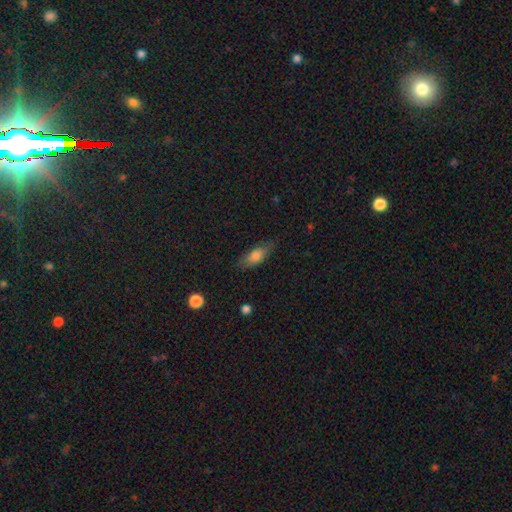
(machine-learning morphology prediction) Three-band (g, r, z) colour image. It shows a smooth galaxy with no disk features (74%) that is in between round and cigar-shaped (71%). Merging: none (76%).